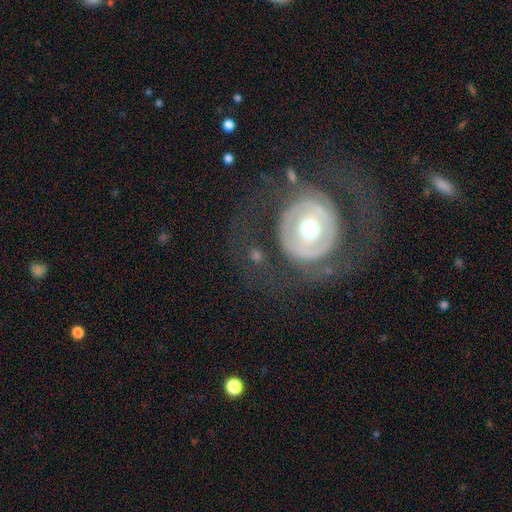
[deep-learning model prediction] smooth_or_featured: featured or disk (p=0.64) [alt: smooth p=0.29]
disk_edge_on: no (p=0.95) [alt: yes p=0.05]
bar: no (p=0.67) [alt: weak p=0.20]
has_spiral_arms: no (p=0.62) [alt: yes p=0.38]
bulge_size: moderate (p=0.71) [alt: large p=0.17]
merging: none (p=0.62) [alt: major disturbance p=0.20]